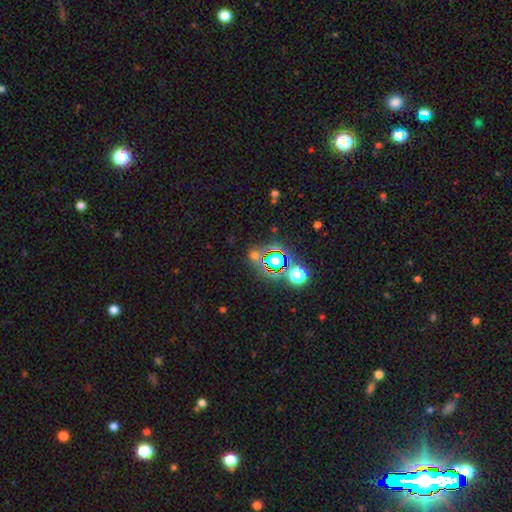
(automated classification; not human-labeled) Smooth or featured? star or artifact (54%)